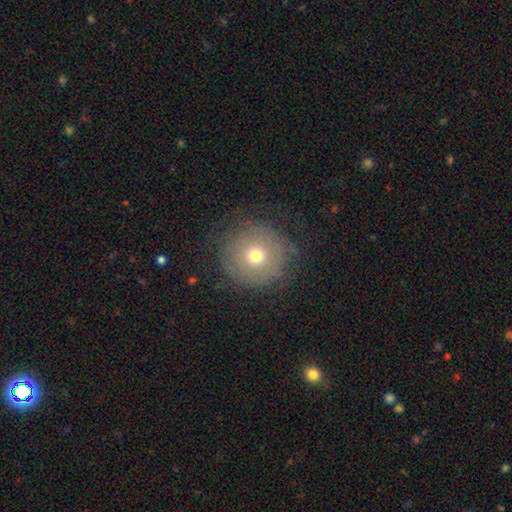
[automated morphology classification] smooth 63%, featured or disk 24%, star or artifact 13%. Down the decision tree: how rounded — round (95%); merging — none (78%).